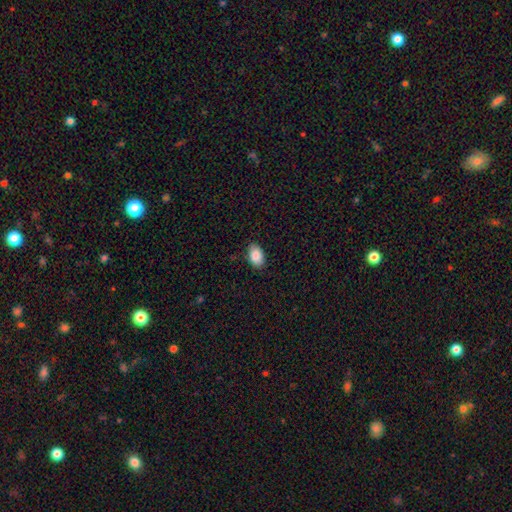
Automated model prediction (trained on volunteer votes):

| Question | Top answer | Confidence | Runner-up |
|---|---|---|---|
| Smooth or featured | smooth | 88% | star or artifact (7%) |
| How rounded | in between | 90% | round (9%) |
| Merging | none | 85% | minor disturbance (11%) |